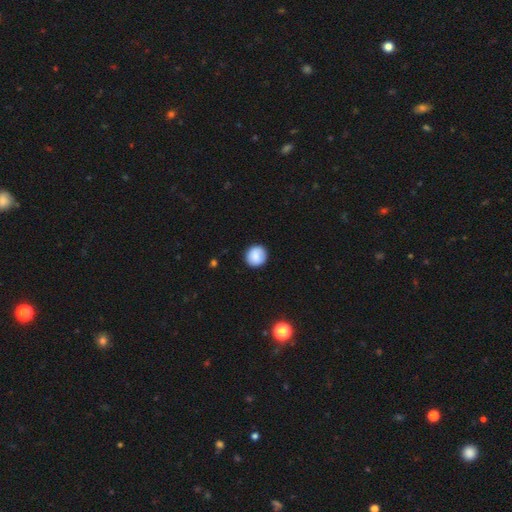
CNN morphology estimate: Overall: smooth (86%). How rounded: round (91%). Merging: none (89%).